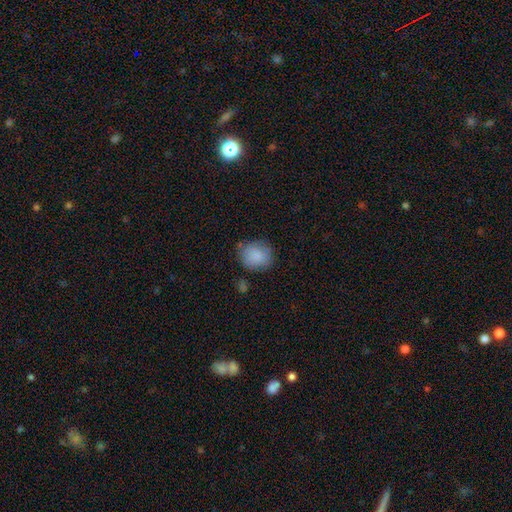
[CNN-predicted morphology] smooth 83%, featured or disk 9%, star or artifact 8%. Down the decision tree: how rounded — round (76%); merging — none (71%).